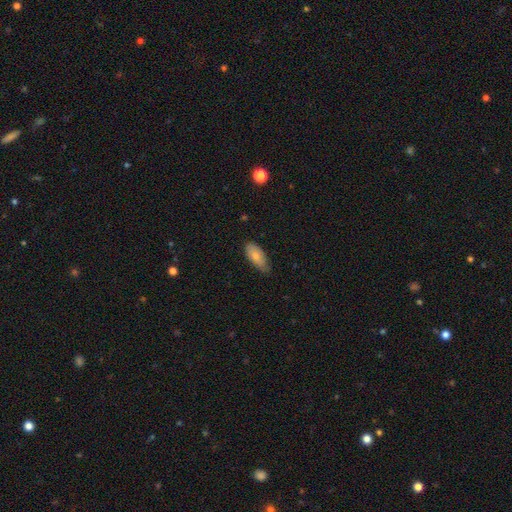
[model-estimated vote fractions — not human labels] A smooth galaxy with no disk features (78%) that is in between round and cigar-shaped (88%). Merging: none (65%).